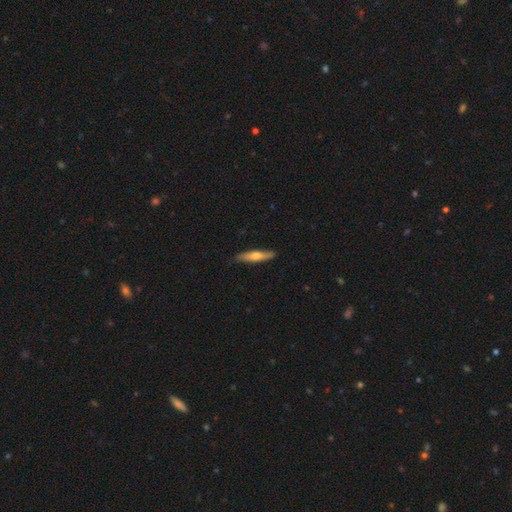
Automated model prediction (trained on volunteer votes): A smooth galaxy with no disk features (55%) that is cigar-shaped (87%). Merging: none (88%).